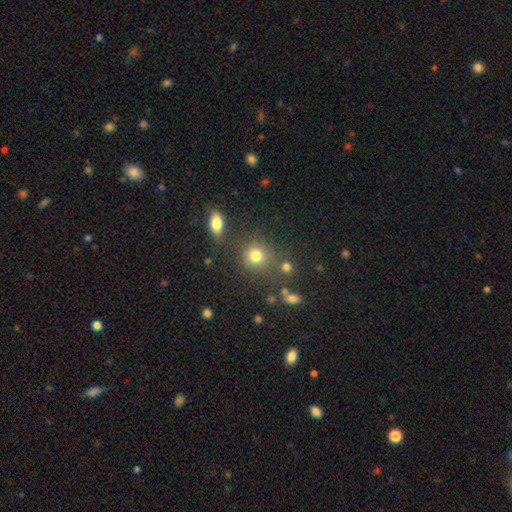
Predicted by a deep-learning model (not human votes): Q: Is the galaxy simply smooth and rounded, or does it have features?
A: smooth — 79%.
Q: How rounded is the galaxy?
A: round — 84%.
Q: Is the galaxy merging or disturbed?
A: none — 68%.